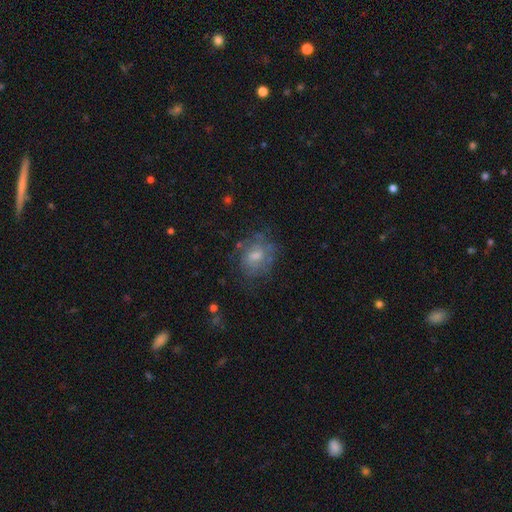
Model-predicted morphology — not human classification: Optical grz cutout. It shows a featured or disk galaxy (49%). Merging: none (61%).